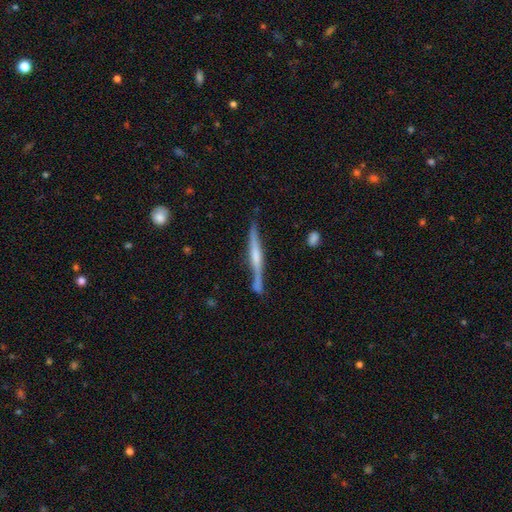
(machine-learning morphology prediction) smooth-or-featured: featured or disk: 70% | smooth: 24% | star or artifact: 6%
  disk-edge-on: yes: 94% | no: 6%
    edge-on-bulge: rounded: 51% | boxy: 25% | none: 24%
  merging: none: 70% | minor disturbance: 19% | merger: 6% | major disturbance: 5%